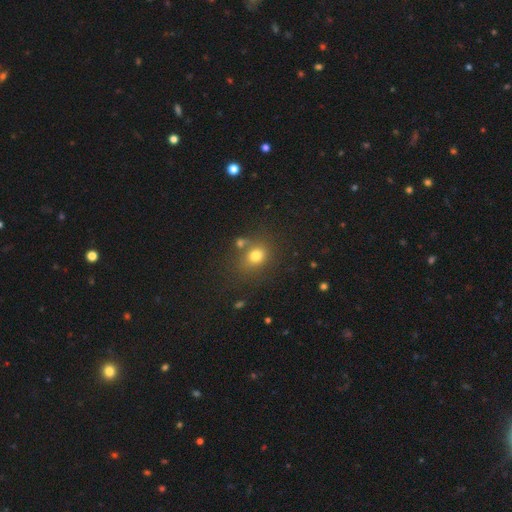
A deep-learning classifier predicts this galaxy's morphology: Overall: smooth (75%). How rounded: round (62%; in between 37%). Merging: none (63%).